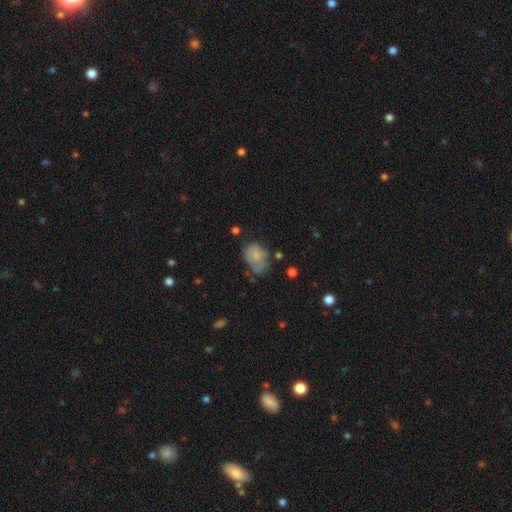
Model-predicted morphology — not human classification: A smooth galaxy with no disk features (67%) that is in between round and cigar-shaped (75%). Merging: none (38%).